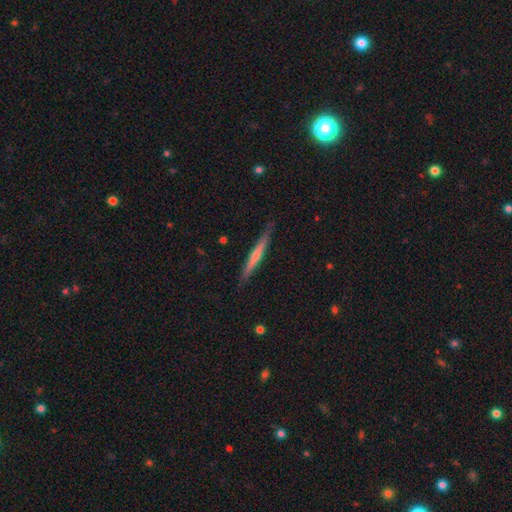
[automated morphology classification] smooth_or_featured: featured or disk (p=0.61) [alt: smooth p=0.33]
disk_edge_on: yes (p=0.97) [alt: no p=0.03]
edge_on_bulge: none (p=0.51) [alt: rounded p=0.43]
merging: none (p=0.88) [alt: minor disturbance p=0.09]